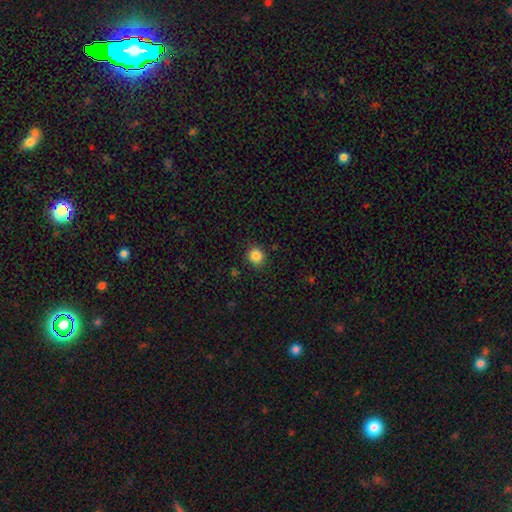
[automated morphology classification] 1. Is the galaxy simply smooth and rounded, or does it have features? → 85% smooth, 11% star or artifact, 4% featured or disk.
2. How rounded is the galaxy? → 87% round, 12% in between, 1% cigar-shaped.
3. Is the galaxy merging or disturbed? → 89% none, 7% minor disturbance, 2% major disturbance, 1% merger.